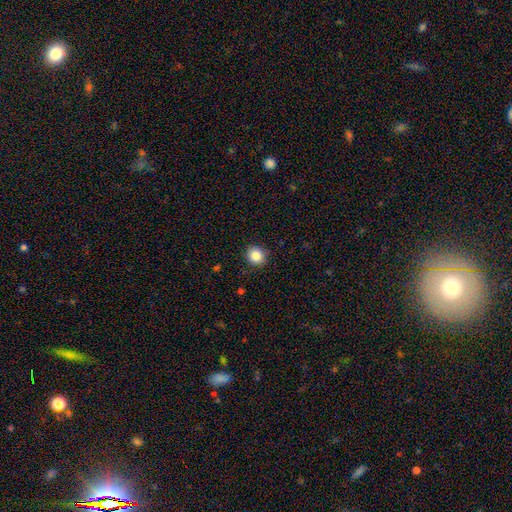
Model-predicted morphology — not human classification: smooth-or-featured: smooth: 86% | star or artifact: 10% | featured or disk: 5%
  how-rounded: round: 88% | in between: 11% | cigar-shaped: 1%
  merging: none: 91% | minor disturbance: 6% | major disturbance: 2% | merger: 1%